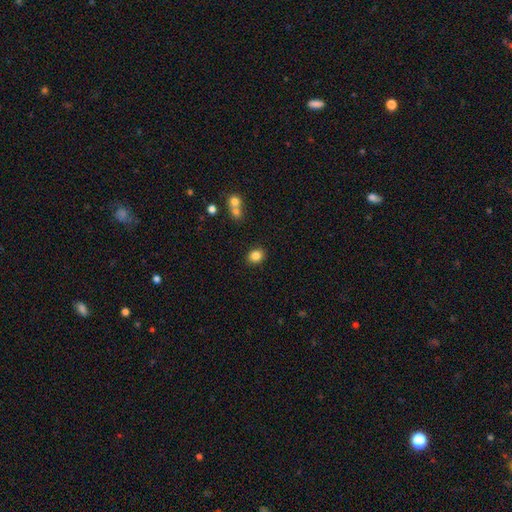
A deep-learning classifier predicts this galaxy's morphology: Overall: smooth (84%). How rounded: round (62%; in between 37%). Merging: none (88%).